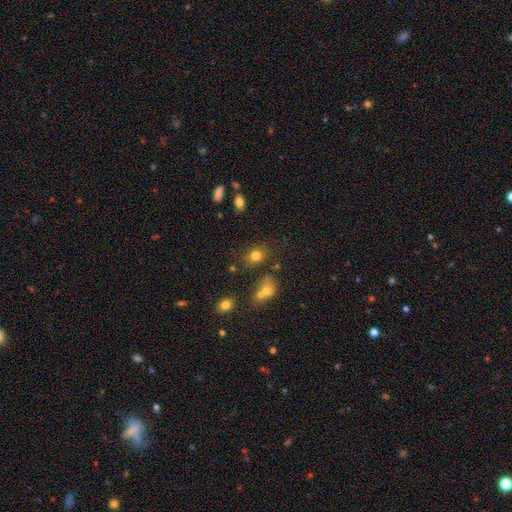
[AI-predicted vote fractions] A smooth galaxy with no disk features (77%) that is in between round and cigar-shaped (62%).

Vote fractions:
- Smooth or featured? smooth: 77% / star or artifact: 14% / featured or disk: 9%
- How rounded? in between: 62% / round: 37% / cigar-shaped: 2%
- Merging? none: 71% / minor disturbance: 14% / merger: 10% / major disturbance: 5%